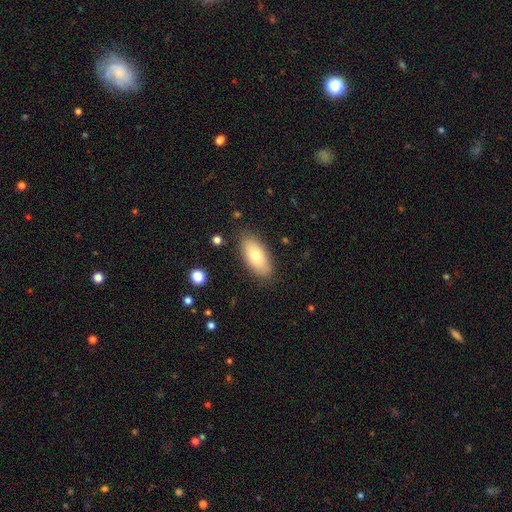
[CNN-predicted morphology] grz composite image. It shows a smooth galaxy with no disk features (74%) that is in between round and cigar-shaped (89%). Merging: none (85%).